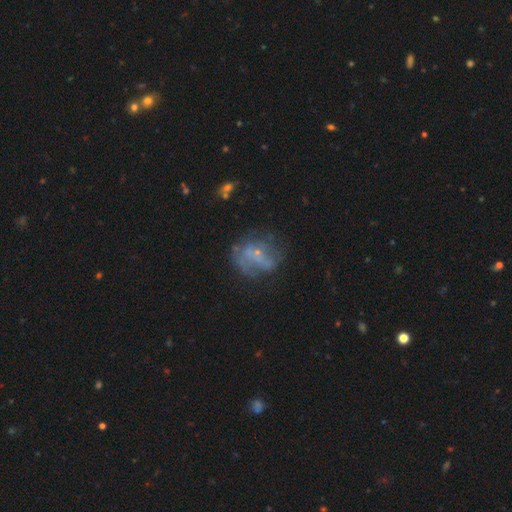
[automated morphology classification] type=featured or disk (55%); edge-on=no (97%); bar=no (76%); spiral arms=no (62%); bulge=small (67%); merging=none (45%).